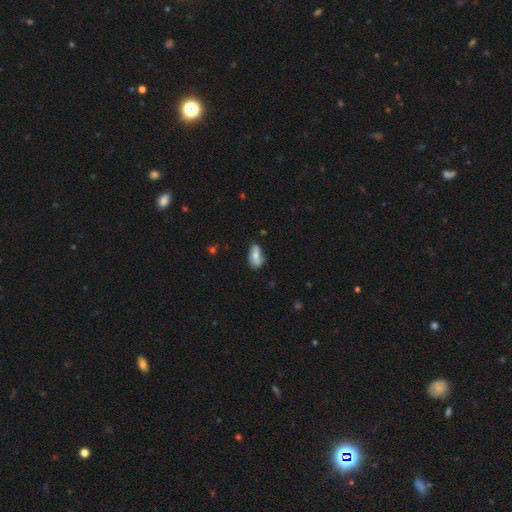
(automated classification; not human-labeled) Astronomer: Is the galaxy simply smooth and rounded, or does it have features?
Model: smooth — 70%.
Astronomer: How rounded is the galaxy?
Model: in between — 88%.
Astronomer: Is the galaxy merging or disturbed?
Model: none — 62%.